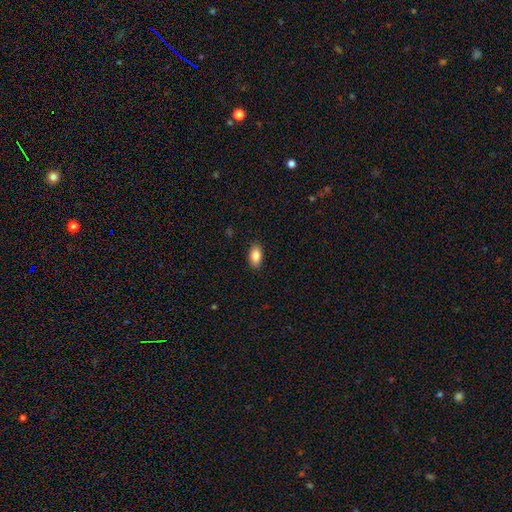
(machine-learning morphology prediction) Smooth or featured: smooth — 86% (star or artifact — 7%)
How rounded: in between — 92% (round — 5%)
Merging: none — 89% (minor disturbance — 8%)